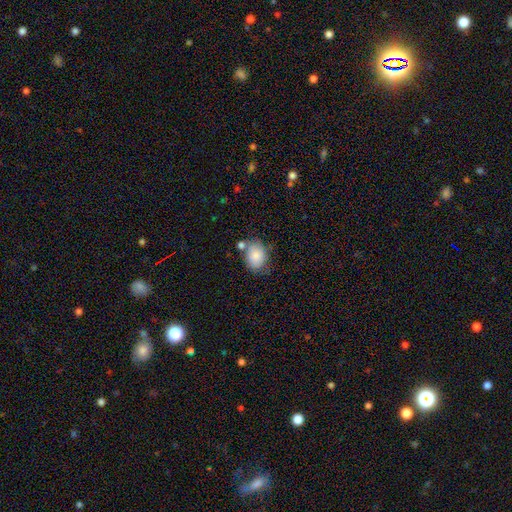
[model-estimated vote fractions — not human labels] Smooth or featured: smooth — 82% (featured or disk — 10%)
How rounded: in between — 65% (round — 34%)
Merging: none — 55% (minor disturbance — 22%)